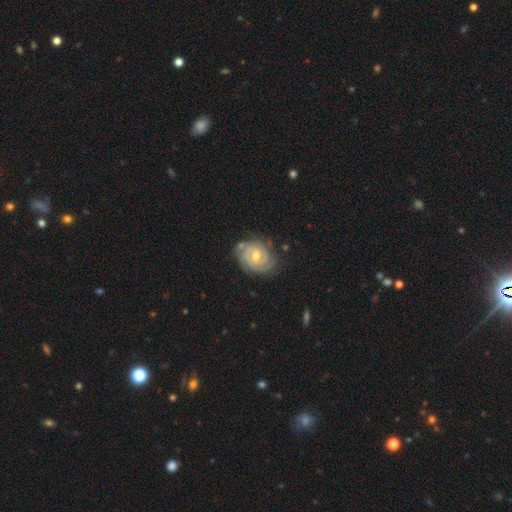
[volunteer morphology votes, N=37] Smooth or featured? featured or disk (95%)
Edge-on disk? no (97%)
Bar? weak (59%)
Spiral arms? yes (100%)
Spiral winding? tight (91%)
Spiral arm count? 2 (50%)
Bulge size? moderate (65%)
Merging? none (70%)